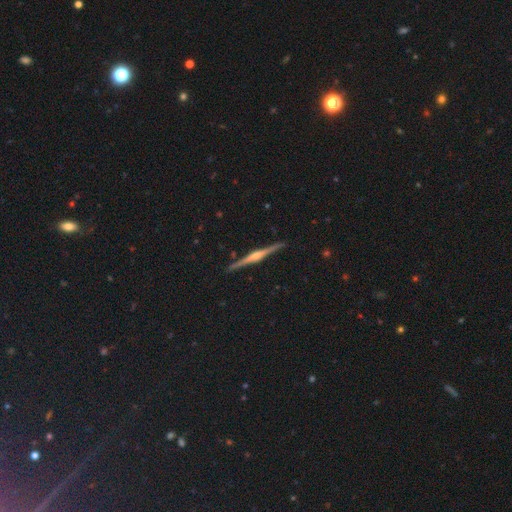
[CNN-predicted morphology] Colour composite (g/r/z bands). It shows a featured or disk galaxy (85%) viewed edge-on (99%) with a rounded central bulge (81%). Merging: none (92%).